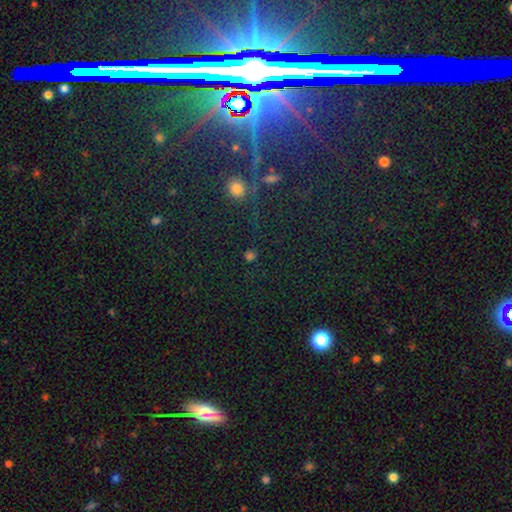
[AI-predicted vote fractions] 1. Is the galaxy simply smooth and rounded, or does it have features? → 73% star or artifact, 15% smooth, 13% featured or disk.